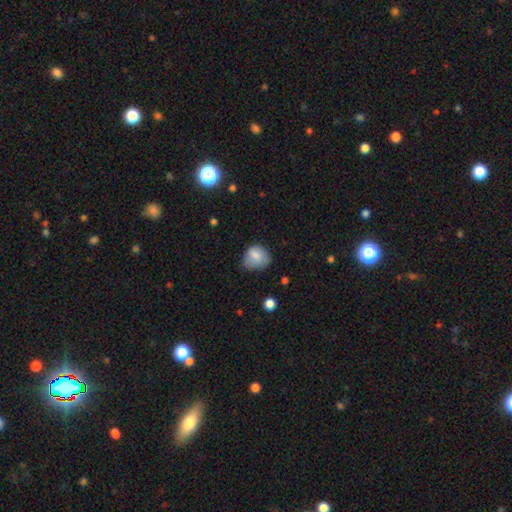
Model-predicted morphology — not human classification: A smooth galaxy with no disk features (80%) that is round (67%). Merging: none (53%).